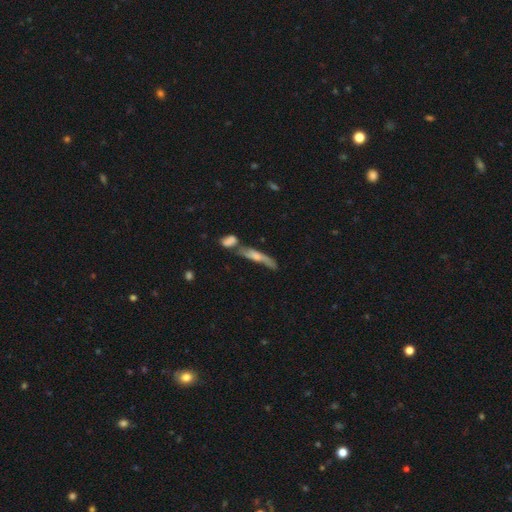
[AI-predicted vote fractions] The model was most divided on "merging": none: 44%, merger: 31%, minor disturbance: 16%, major disturbance: 9%. More confident: edge-on disk — yes (71%); smooth or featured — featured or disk (59%).